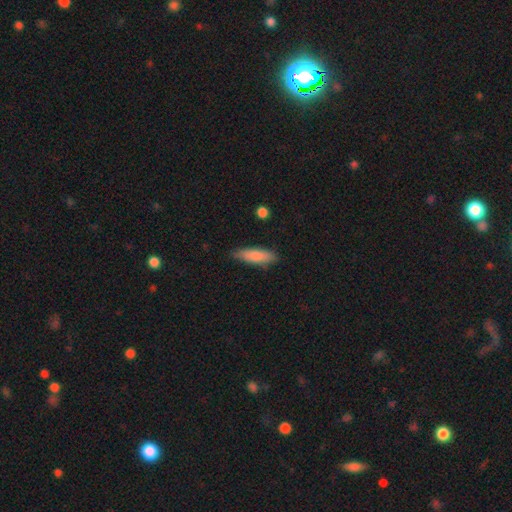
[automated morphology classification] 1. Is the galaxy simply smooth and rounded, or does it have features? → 84% smooth, 11% featured or disk, 6% star or artifact.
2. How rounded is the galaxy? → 55% cigar-shaped, 43% in between, 2% round.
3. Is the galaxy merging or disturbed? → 80% none, 16% minor disturbance, 3% major disturbance, 2% merger.